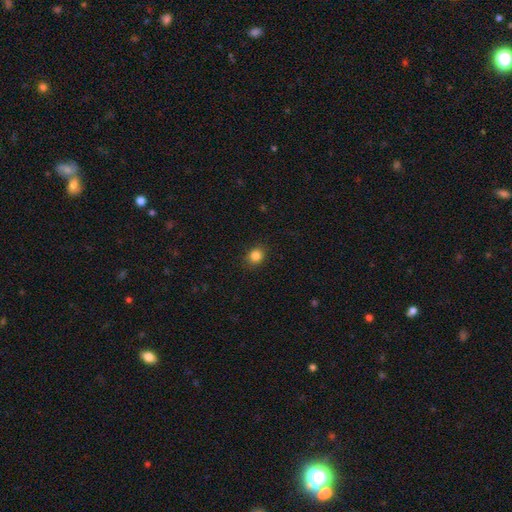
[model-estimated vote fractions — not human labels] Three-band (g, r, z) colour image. It shows a smooth galaxy with no disk features (84%) that is round (69%). Merging: none (87%).